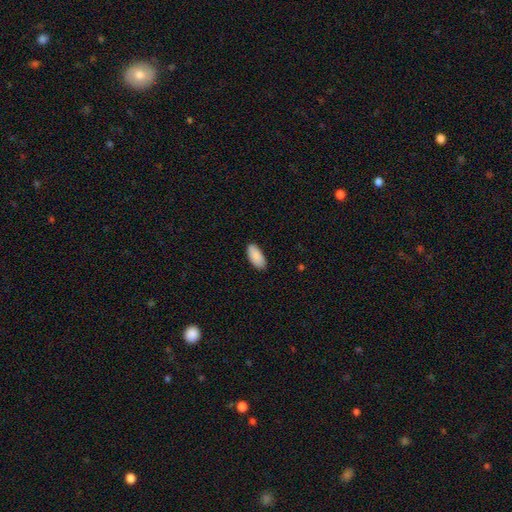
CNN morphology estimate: Q: Smooth or featured?
A: smooth (90%); runner-up: star or artifact (6%)
Q: How rounded?
A: in between (93%); runner-up: cigar-shaped (6%)
Q: Merging?
A: none (88%); runner-up: minor disturbance (10%)